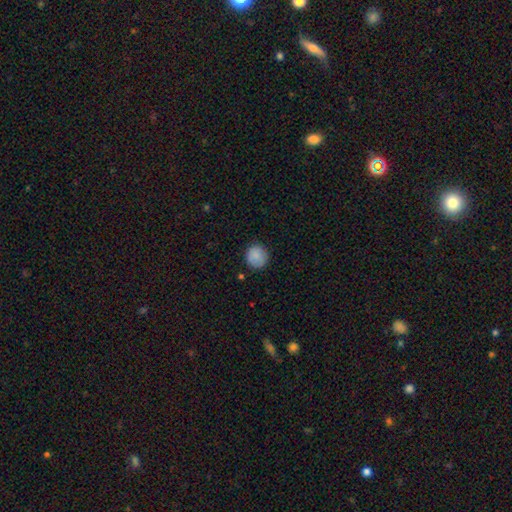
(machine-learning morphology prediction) This is clearly a smooth galaxy (86%). How rounded: clearly round (90%). Merging: clearly none (84%).